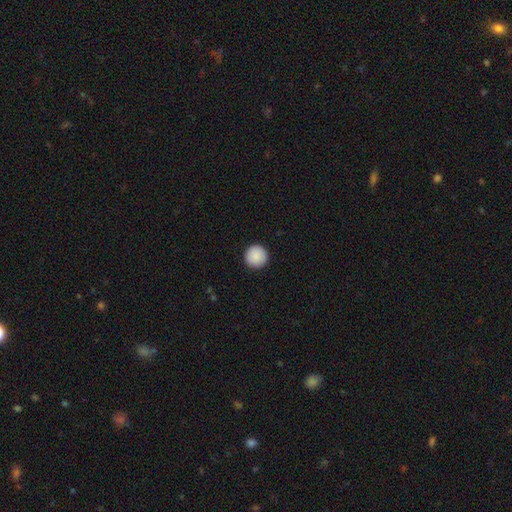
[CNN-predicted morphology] Q: Smooth or featured?
A: smooth (90%); runner-up: star or artifact (7%)
Q: How rounded?
A: round (96%); runner-up: in between (3%)
Q: Merging?
A: none (93%); runner-up: minor disturbance (5%)